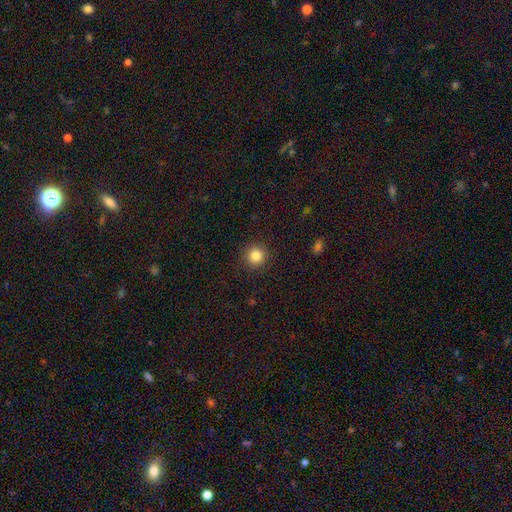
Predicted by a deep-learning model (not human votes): Morphology: type=smooth (84%); roundness=round (94%); merging=none (92%).